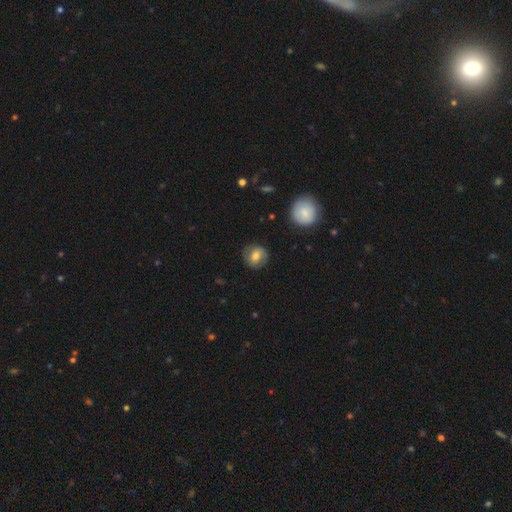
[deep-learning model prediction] Smooth or featured? smooth (65%)
How rounded? round (82%)
Merging? none (82%)